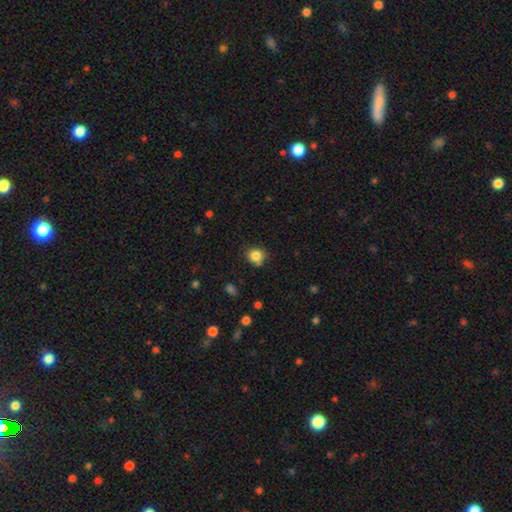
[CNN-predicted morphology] Smooth or featured?
  - smooth: 83% *
  - star or artifact: 11%
  - featured or disk: 6%
How rounded?
  - round: 78% *
  - in between: 21%
  - cigar-shaped: 1%
Merging?
  - none: 69% *
  - minor disturbance: 21%
  - merger: 5%
  - major disturbance: 5%